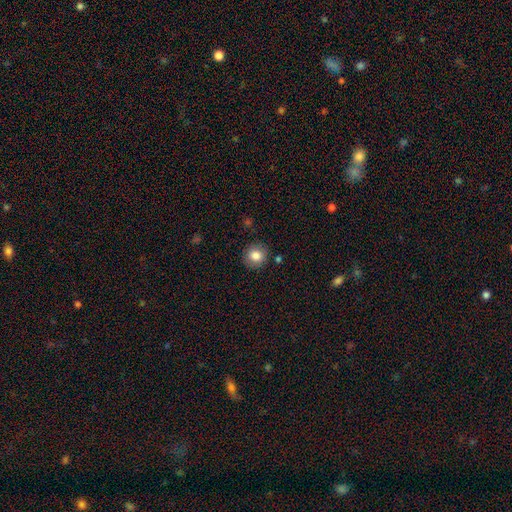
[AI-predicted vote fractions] Smooth or featured: smooth — 83% (star or artifact — 9%)
How rounded: round — 89% (in between — 10%)
Merging: none — 86% (minor disturbance — 9%)